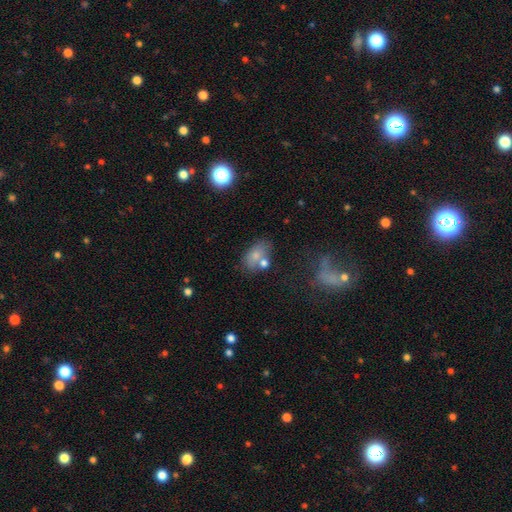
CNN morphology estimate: smooth-or-featured: smooth: 71% | featured or disk: 18% | star or artifact: 11%
  how-rounded: in between: 84% | round: 14% | cigar-shaped: 2%
  merging: none: 46% | merger: 27% | minor disturbance: 19% | major disturbance: 9%